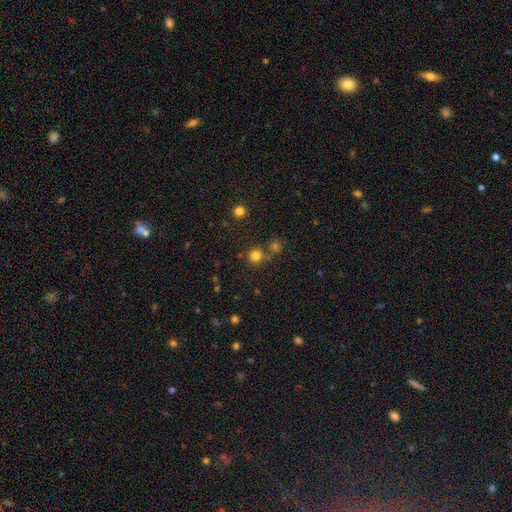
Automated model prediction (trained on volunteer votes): Smooth or featured? smooth (77%)
How rounded? round (93%)
Merging? none (75%)